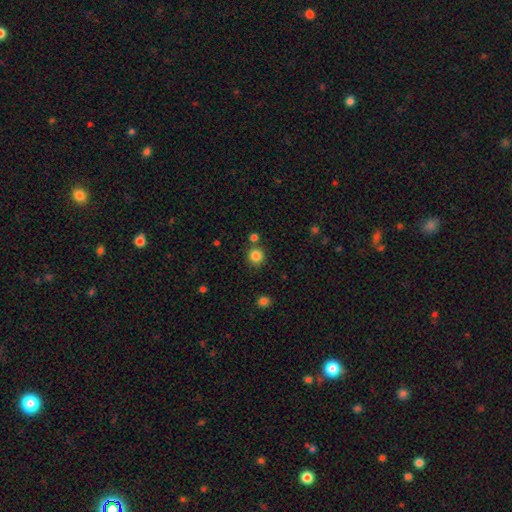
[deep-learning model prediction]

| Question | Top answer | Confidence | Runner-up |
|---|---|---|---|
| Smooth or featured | smooth | 84% | star or artifact (12%) |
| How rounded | round | 93% | in between (6%) |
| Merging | none | 80% | merger (9%) |